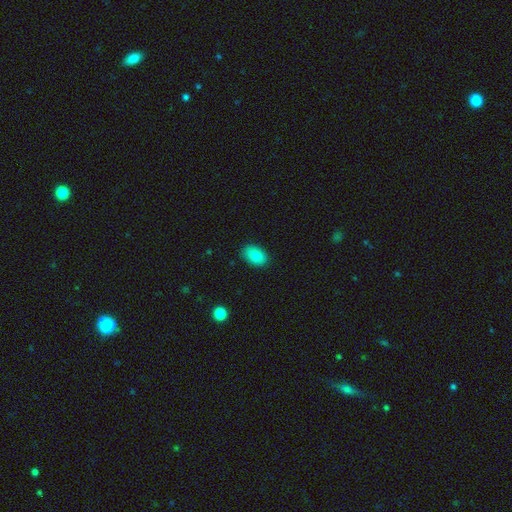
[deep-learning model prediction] Smooth or featured? Predicted: smooth (p=0.82). How rounded? Predicted: in between (p=0.87). Merging? Predicted: none (p=0.87).